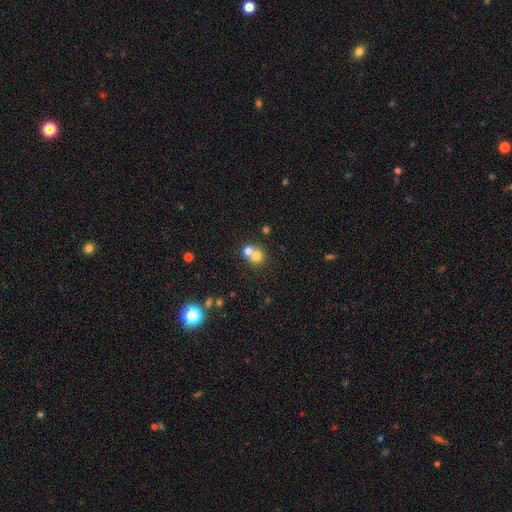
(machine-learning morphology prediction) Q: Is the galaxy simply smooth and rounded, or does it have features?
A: smooth — 71%.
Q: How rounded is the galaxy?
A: round — 83%.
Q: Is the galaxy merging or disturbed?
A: merger — 54%.